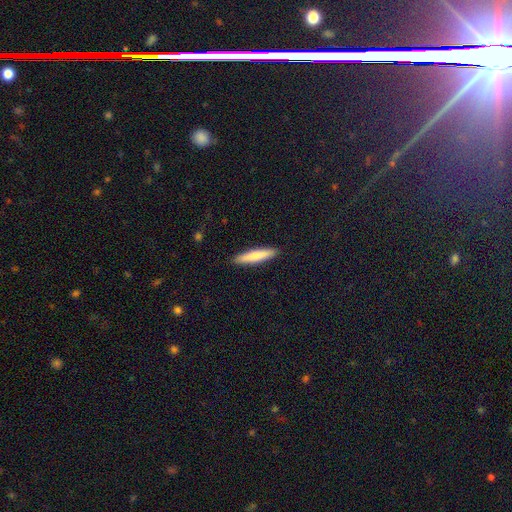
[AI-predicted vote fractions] Smooth or featured? Predicted: smooth (p=0.76). How rounded? Predicted: cigar-shaped (p=0.90). Merging? Predicted: none (p=0.91).